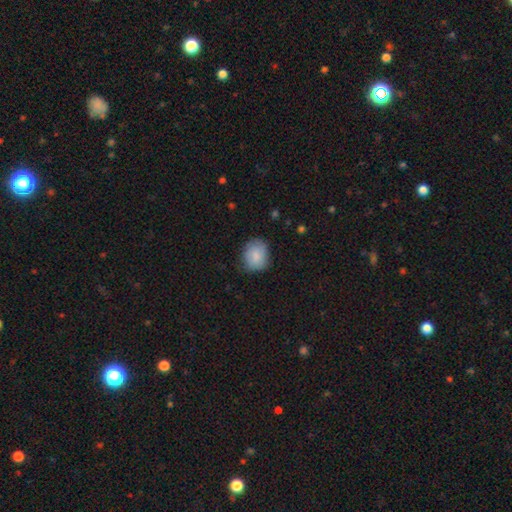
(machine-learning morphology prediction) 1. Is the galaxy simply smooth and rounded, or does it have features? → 85% smooth, 9% featured or disk, 7% star or artifact.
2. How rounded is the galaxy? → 59% round, 40% in between, 1% cigar-shaped.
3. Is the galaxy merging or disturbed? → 73% none, 22% minor disturbance, 4% major disturbance, 1% merger.